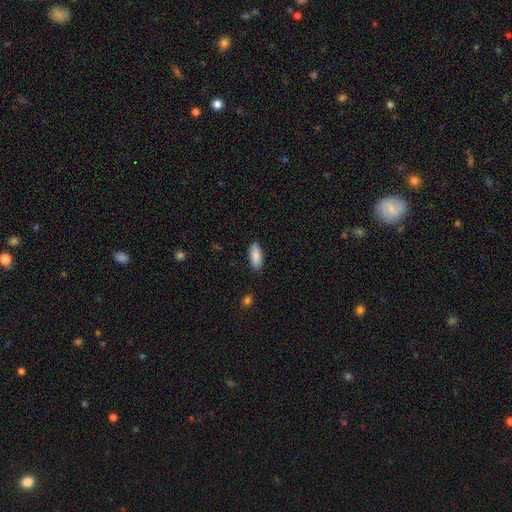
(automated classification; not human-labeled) This appears to be a smooth galaxy with no disk features (87%) that is in between round and cigar-shaped (77%). Merging: none (86%).